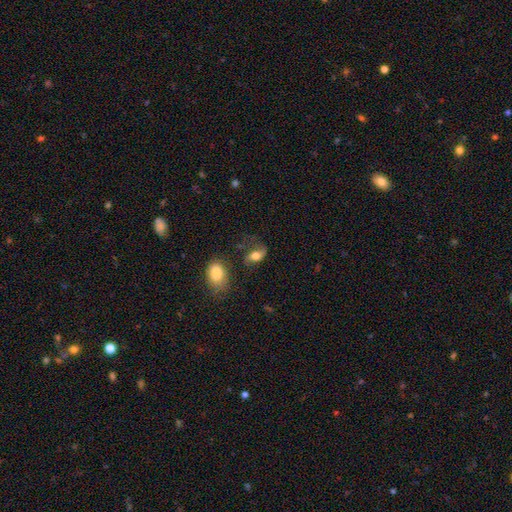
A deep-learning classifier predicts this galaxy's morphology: A smooth galaxy with no disk features (55%) that is in between round and cigar-shaped (79%). Merging: none (49%).